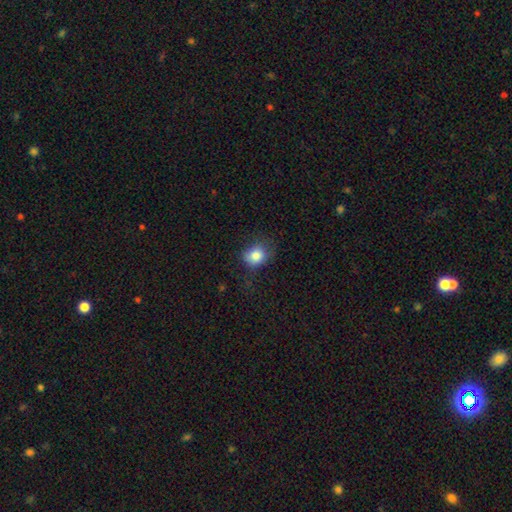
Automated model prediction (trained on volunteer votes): Smooth or featured? Predicted: smooth (p=0.83). How rounded? Predicted: round (p=0.59). Merging? Predicted: none (p=0.60).